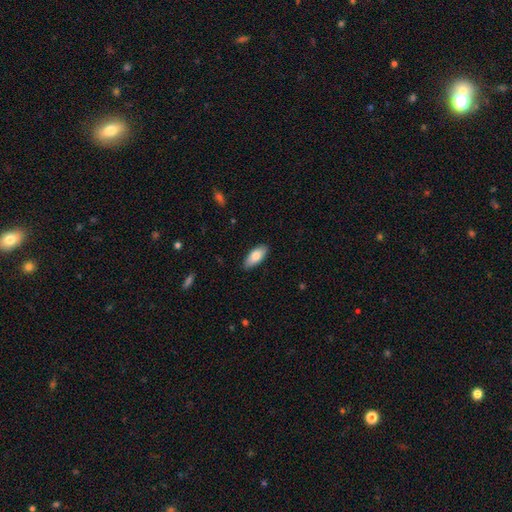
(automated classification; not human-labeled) This appears to be a smooth galaxy with no disk features (80%) that is in between round and cigar-shaped (85%). Merging: none (87%).